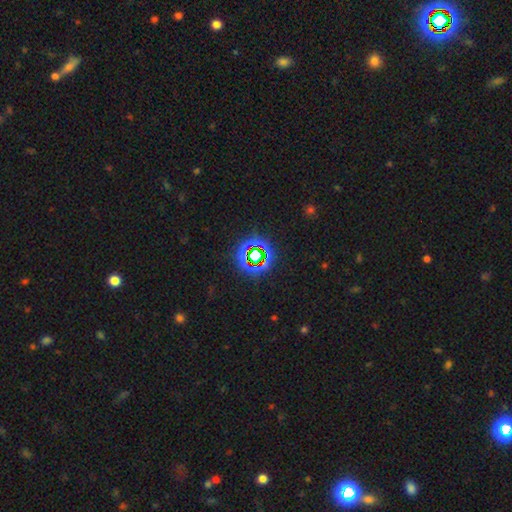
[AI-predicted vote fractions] Smooth or featured: star or artifact — 76% (smooth — 15%)